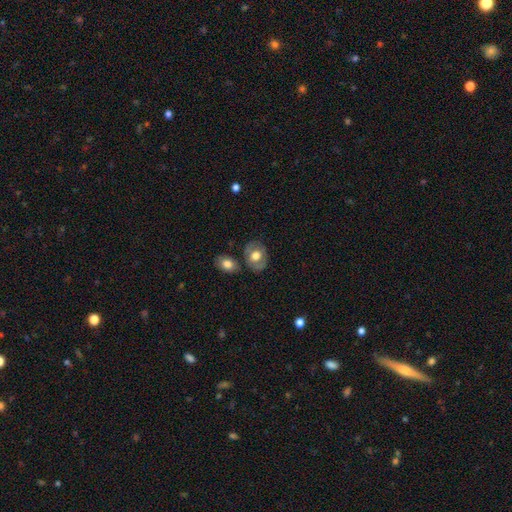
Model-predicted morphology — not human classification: Smooth or featured?
  - smooth: 55% *
  - featured or disk: 39%
  - star or artifact: 7%
How rounded?
  - in between: 65% *
  - round: 34%
  - cigar-shaped: 1%
Merging?
  - none: 72% *
  - minor disturbance: 13%
  - merger: 11%
  - major disturbance: 4%